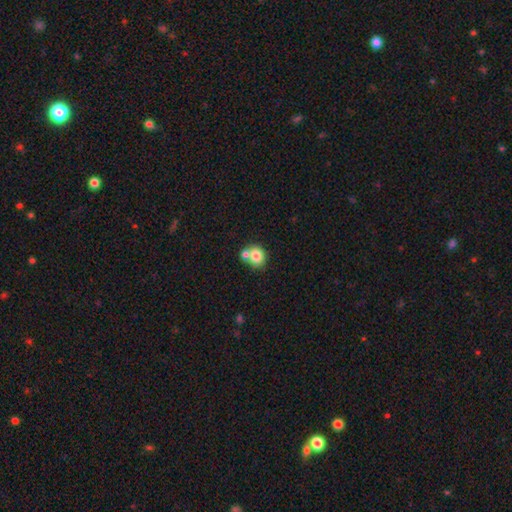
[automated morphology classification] Smooth or featured? smooth (79%)
How rounded? round (77%)
Merging? none (50%)